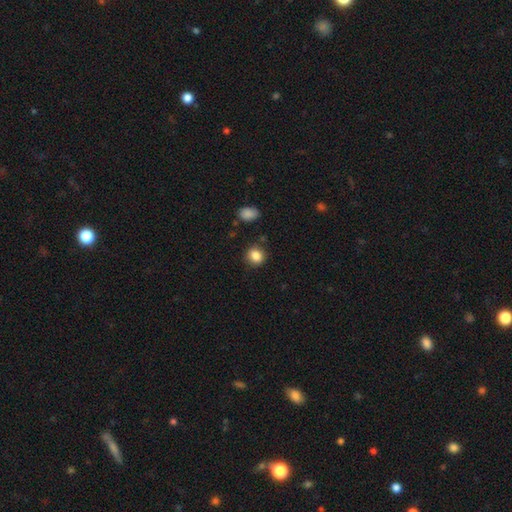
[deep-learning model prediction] smooth-or-featured: smooth: 85% | star or artifact: 10% | featured or disk: 5%
  how-rounded: round: 77% | in between: 22% | cigar-shaped: 1%
  merging: none: 85% | minor disturbance: 10% | major disturbance: 3% | merger: 2%